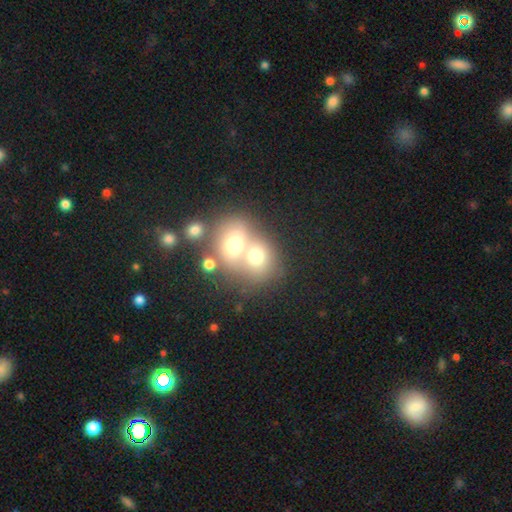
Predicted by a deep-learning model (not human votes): The model was most divided on "how rounded": round: 62%, in between: 37%, cigar-shaped: 1%. More confident: smooth or featured — smooth (68%); merging — merger (63%).